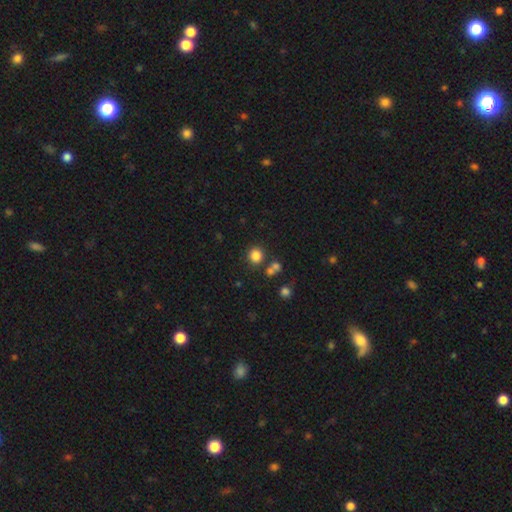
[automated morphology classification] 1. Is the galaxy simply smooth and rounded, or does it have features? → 82% smooth, 13% star or artifact, 5% featured or disk.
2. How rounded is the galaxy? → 88% round, 11% in between, 1% cigar-shaped.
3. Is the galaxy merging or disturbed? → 77% none, 12% merger, 8% minor disturbance, 3% major disturbance.